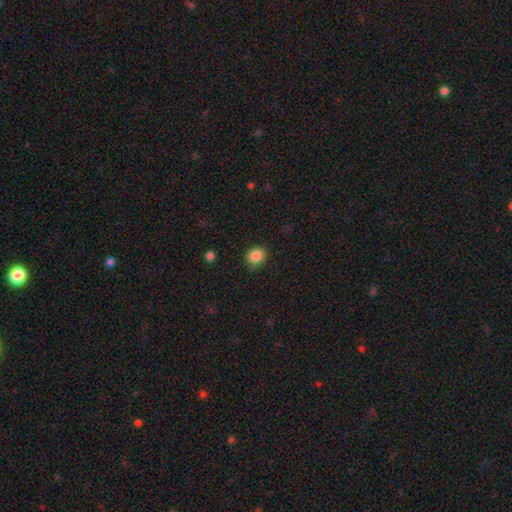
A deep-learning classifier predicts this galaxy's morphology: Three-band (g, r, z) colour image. It shows a smooth galaxy with no disk features (86%) that is round (70%). Merging: none (85%).